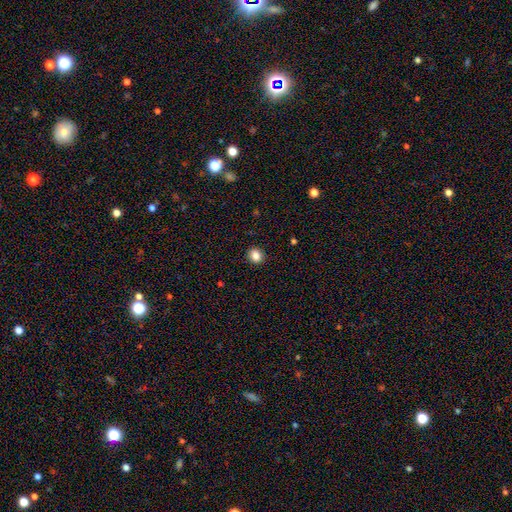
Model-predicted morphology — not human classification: smooth-or-featured: smooth: 85% | star or artifact: 11% | featured or disk: 4%
  how-rounded: round: 72% | in between: 27% | cigar-shaped: 1%
  merging: none: 90% | minor disturbance: 7% | major disturbance: 2% | merger: 1%